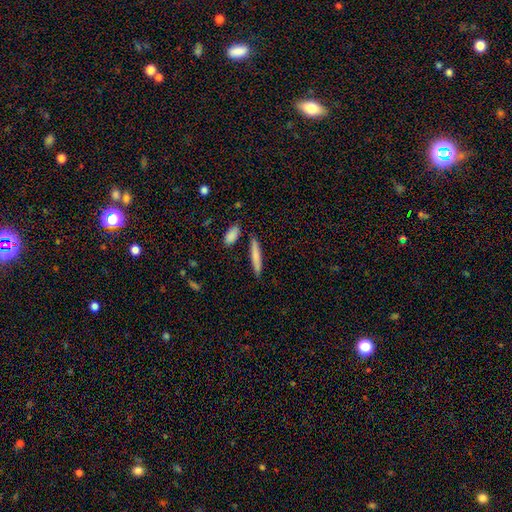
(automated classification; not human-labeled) smooth_or_featured: smooth (p=0.76) [alt: featured or disk p=0.19]
how_rounded: cigar-shaped (p=0.93) [alt: in between p=0.06]
merging: none (p=0.87) [alt: minor disturbance p=0.08]